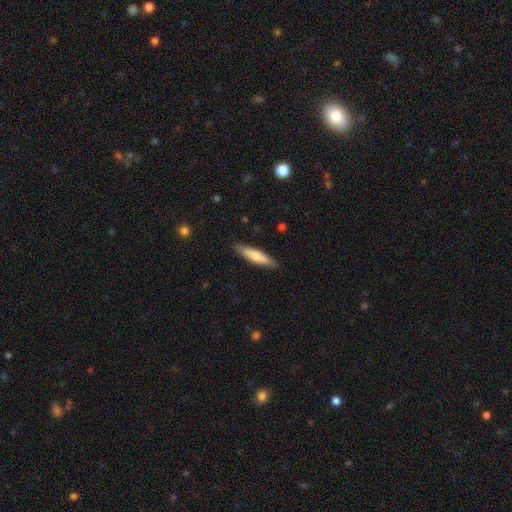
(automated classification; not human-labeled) smooth_or_featured: smooth (p=0.64) [alt: featured or disk p=0.30]
how_rounded: cigar-shaped (p=0.79) [alt: in between p=0.19]
merging: none (p=0.88) [alt: minor disturbance p=0.09]